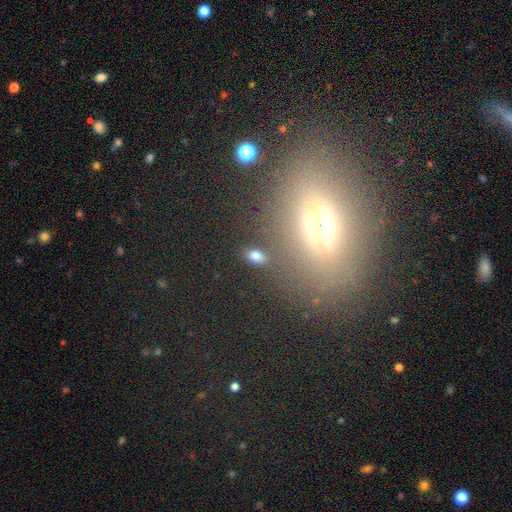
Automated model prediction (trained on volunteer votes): A smooth galaxy with no disk features (77%) that is in between round and cigar-shaped (87%).

Vote fractions:
- Smooth or featured? smooth: 77% / star or artifact: 15% / featured or disk: 8%
- How rounded? in between: 87% / round: 10% / cigar-shaped: 3%
- Merging? none: 85% / minor disturbance: 8% / merger: 4% / major disturbance: 3%